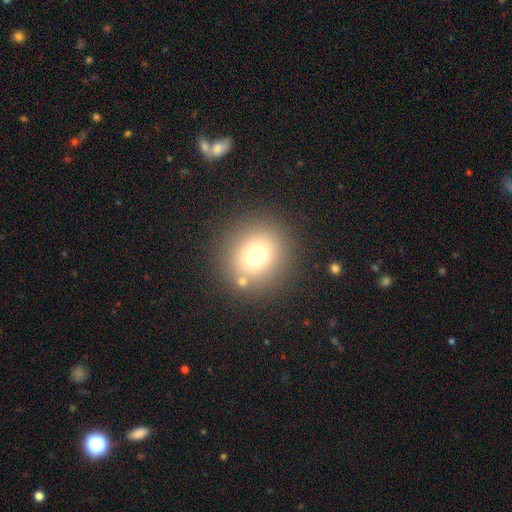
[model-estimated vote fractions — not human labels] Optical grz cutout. It shows a smooth galaxy with no disk features (72%) that is round (89%). Merging: none (84%).